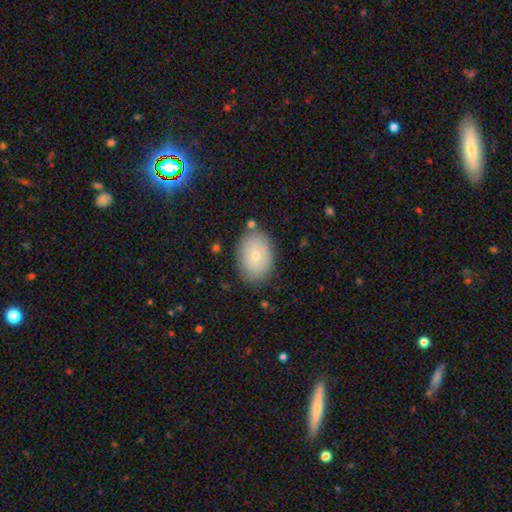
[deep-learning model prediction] This is likely a smooth galaxy (75%). How rounded: clearly in between (83%). Merging: clearly none (82%).